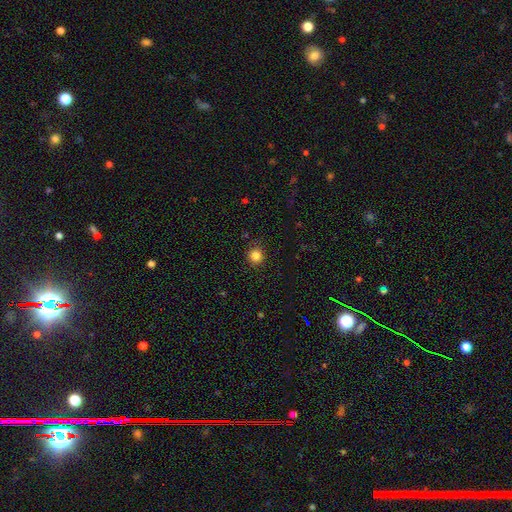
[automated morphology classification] smooth-or-featured: smooth: 84% | star or artifact: 12% | featured or disk: 4%
  how-rounded: round: 91% | in between: 8% | cigar-shaped: 1%
  merging: none: 87% | minor disturbance: 9% | major disturbance: 3% | merger: 1%